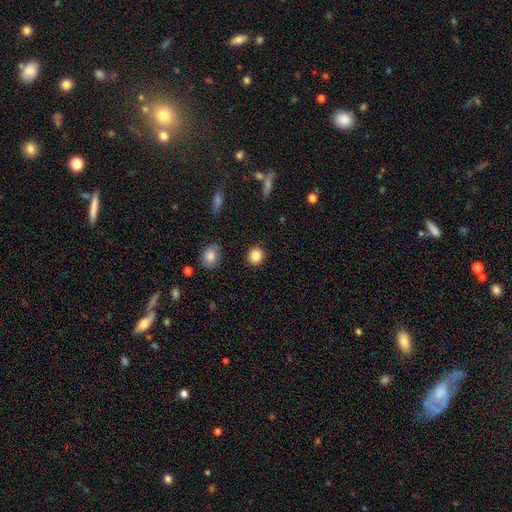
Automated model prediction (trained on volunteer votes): Smooth or featured: smooth — 85% (star or artifact — 10%)
How rounded: round — 87% (in between — 12%)
Merging: none — 90% (minor disturbance — 6%)